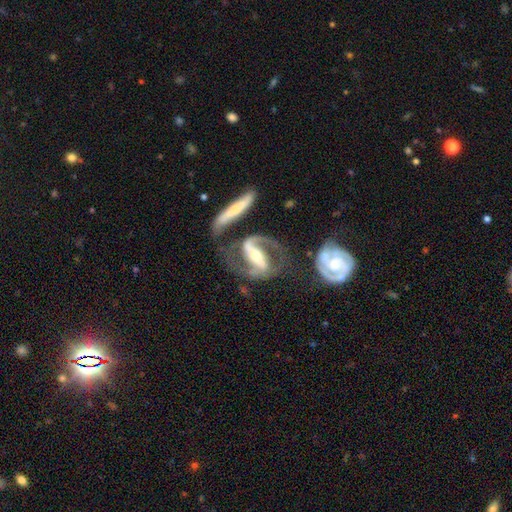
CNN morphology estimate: Q: Smooth or featured?
A: featured or disk (90%); runner-up: smooth (6%)
Q: Edge-on disk?
A: no (94%); runner-up: yes (6%)
Q: Bar?
A: strong (72%); runner-up: weak (19%)
Q: Spiral arms?
A: yes (96%); runner-up: no (4%)
Q: Spiral winding?
A: medium (55%); runner-up: tight (24%)
Q: Spiral arm count?
A: 2 (91%); runner-up: can't tell (3%)
Q: Bulge size?
A: moderate (60%); runner-up: small (34%)
Q: Merging?
A: none (56%); runner-up: minor disturbance (17%)